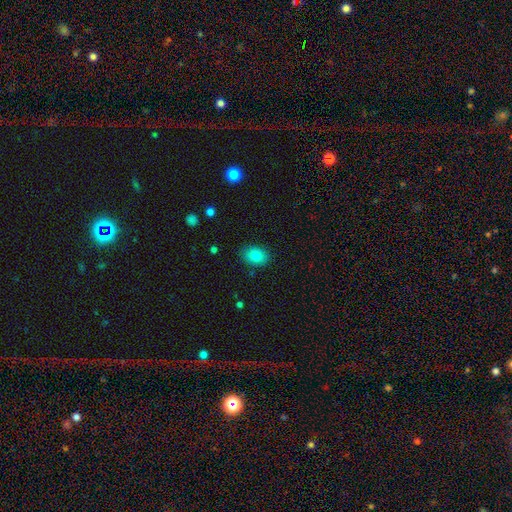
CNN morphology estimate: Q: Smooth or featured?
A: smooth (84%); runner-up: star or artifact (9%)
Q: How rounded?
A: in between (75%); runner-up: round (24%)
Q: Merging?
A: none (86%); runner-up: minor disturbance (10%)